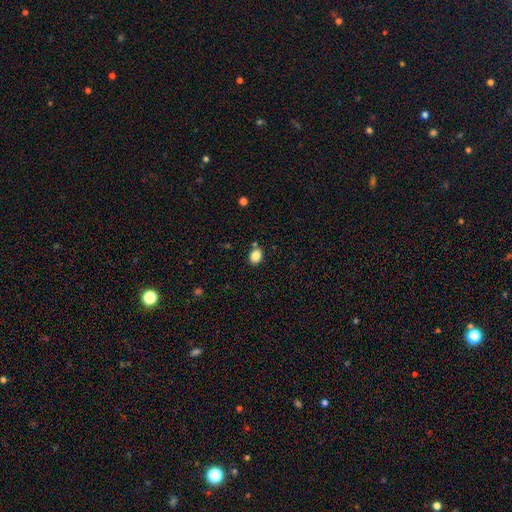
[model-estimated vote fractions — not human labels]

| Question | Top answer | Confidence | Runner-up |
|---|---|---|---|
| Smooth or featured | smooth | 85% | star or artifact (10%) |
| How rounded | round | 53% | in between (46%) |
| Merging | none | 80% | minor disturbance (11%) |